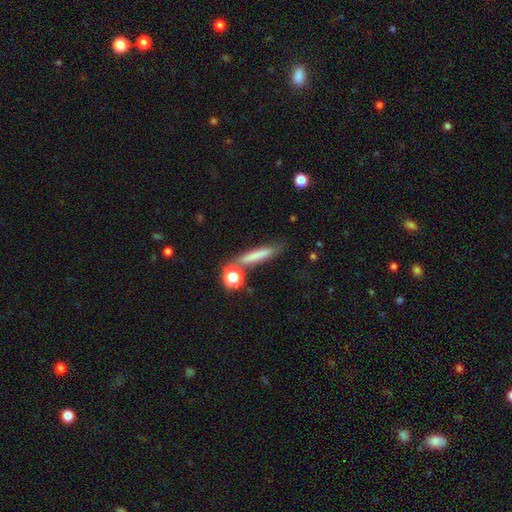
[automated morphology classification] Smooth or featured? smooth (74%)
How rounded? cigar-shaped (85%)
Merging? none (71%)